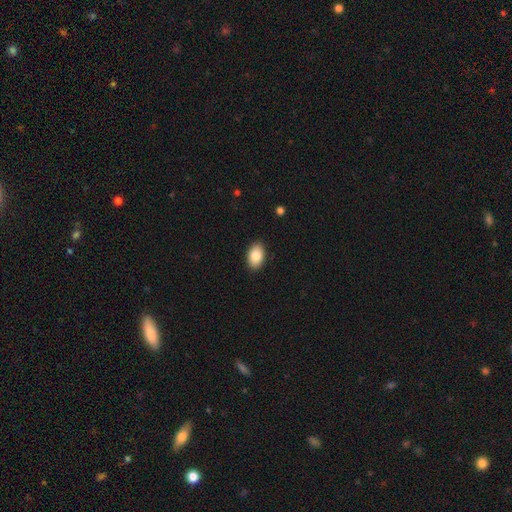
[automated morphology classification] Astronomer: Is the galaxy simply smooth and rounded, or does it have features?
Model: smooth — 85%.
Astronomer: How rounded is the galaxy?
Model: in between — 91%.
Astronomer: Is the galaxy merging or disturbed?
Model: none — 89%.